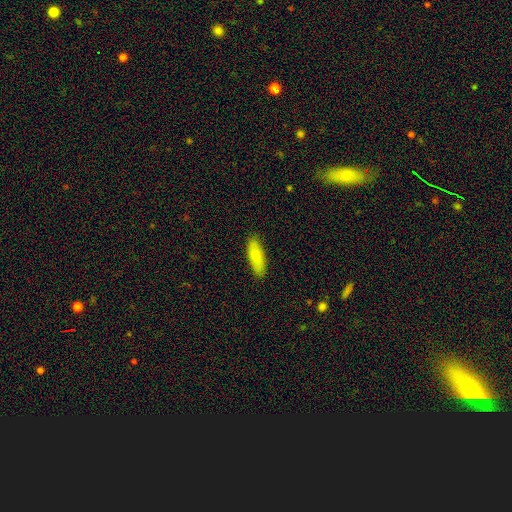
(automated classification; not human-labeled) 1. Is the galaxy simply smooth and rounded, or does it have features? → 81% smooth, 13% featured or disk, 6% star or artifact.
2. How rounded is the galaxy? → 60% in between, 38% cigar-shaped, 2% round.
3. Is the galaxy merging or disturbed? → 87% none, 10% minor disturbance, 2% major disturbance, 1% merger.